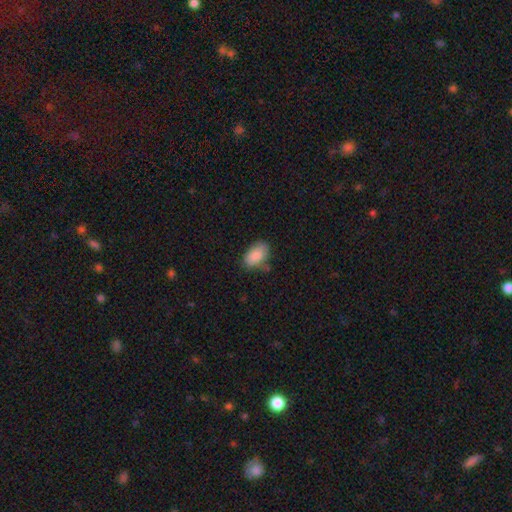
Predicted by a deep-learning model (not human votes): A smooth galaxy with no disk features (86%) that is in between round and cigar-shaped (91%).

Vote fractions:
- Smooth or featured? smooth: 86% / featured or disk: 7% / star or artifact: 7%
- How rounded? in between: 91% / round: 7% / cigar-shaped: 2%
- Merging? none: 62% / minor disturbance: 27% / major disturbance: 6% / merger: 5%